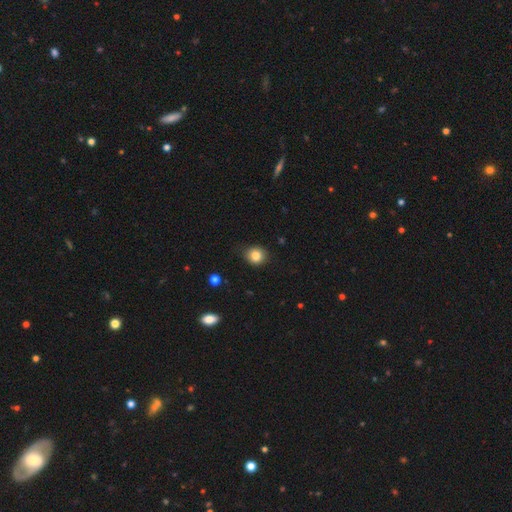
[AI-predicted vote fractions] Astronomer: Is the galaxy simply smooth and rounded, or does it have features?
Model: smooth — 82%.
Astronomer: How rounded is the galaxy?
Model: round — 79%.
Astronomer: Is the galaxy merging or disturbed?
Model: none — 83%.